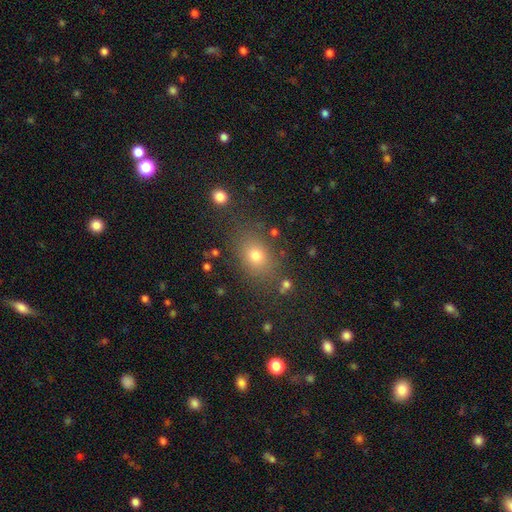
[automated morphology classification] smooth_or_featured: smooth (p=0.73) [alt: star or artifact p=0.16]
how_rounded: in between (p=0.62) [alt: round p=0.37]
merging: none (p=0.79) [alt: minor disturbance p=0.12]